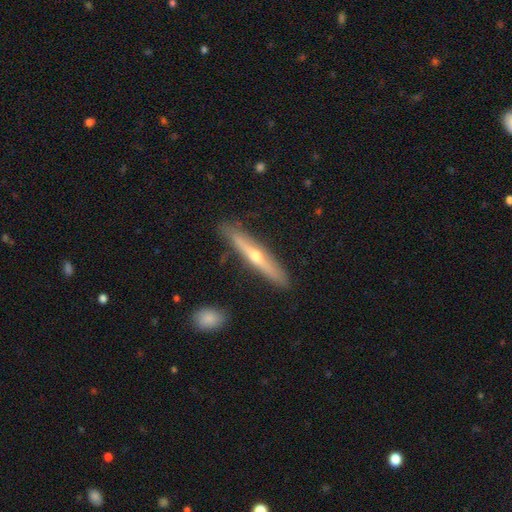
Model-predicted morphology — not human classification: Overall: featured or disk (62%; smooth 32%). Edge-on disk: yes (94%). Edge-on bulge: rounded (87%). Merging: none (87%).